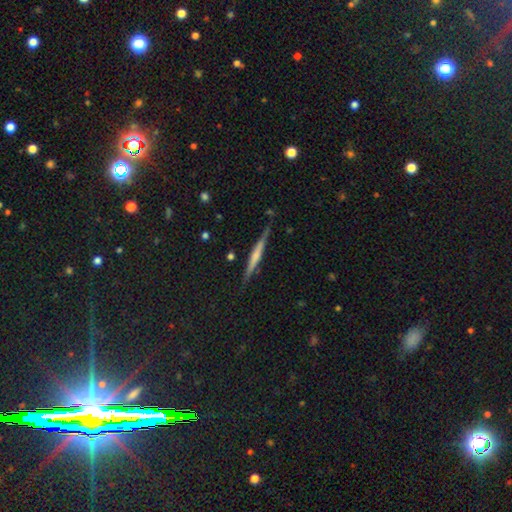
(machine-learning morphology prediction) smooth_or_featured: featured or disk (p=0.61) [alt: smooth p=0.31]
disk_edge_on: yes (p=0.97) [alt: no p=0.03]
edge_on_bulge: rounded (p=0.42) [alt: none p=0.38]
merging: none (p=0.85) [alt: minor disturbance p=0.11]